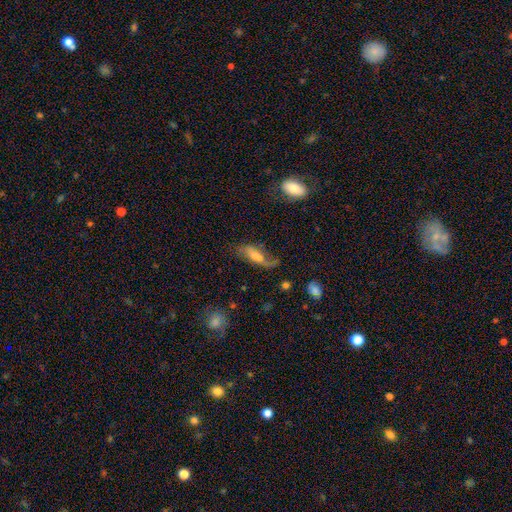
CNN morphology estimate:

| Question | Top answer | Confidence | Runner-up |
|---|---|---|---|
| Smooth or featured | featured or disk | 62% | smooth (29%) |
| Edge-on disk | no | 83% | yes (17%) |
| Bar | weak | 40% | no (38%) |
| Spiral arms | yes | 87% | no (13%) |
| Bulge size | moderate | 40% | small (28%) |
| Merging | none | 56% | minor disturbance (23%) |